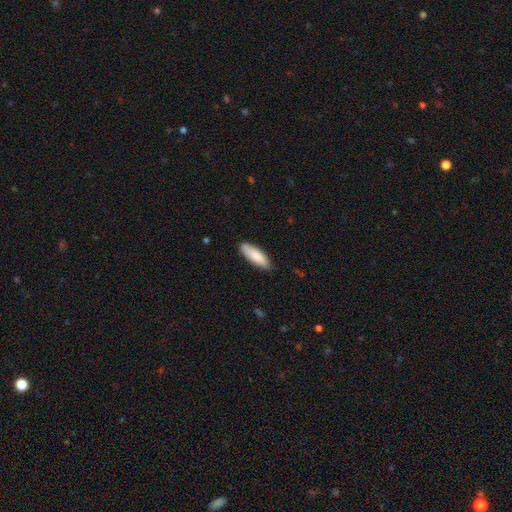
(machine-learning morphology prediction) This appears to be a smooth galaxy with no disk features (83%) that is in between round and cigar-shaped (52%). Merging: none (84%).